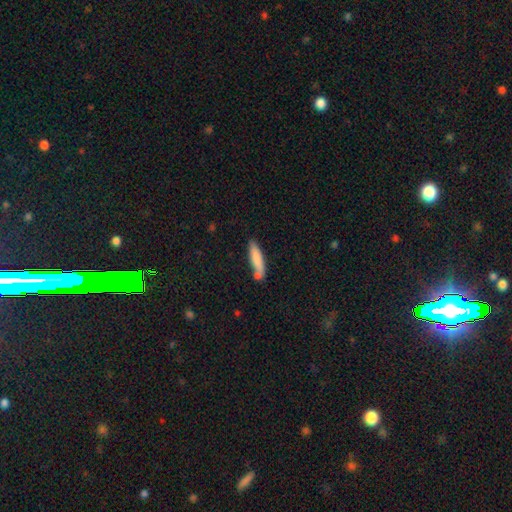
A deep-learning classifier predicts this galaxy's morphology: A smooth galaxy with no disk features (79%) that is cigar-shaped (77%). Merging: none (60%).